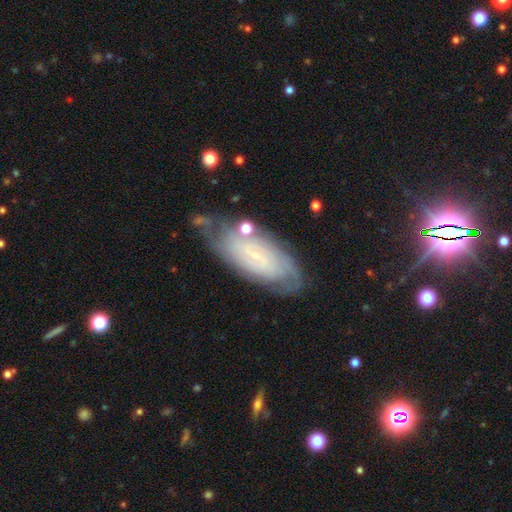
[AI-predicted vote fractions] smooth_or_featured: featured or disk (p=0.66) [alt: smooth p=0.25]
disk_edge_on: no (p=0.90) [alt: yes p=0.10]
bar: no (p=0.71) [alt: weak p=0.23]
has_spiral_arms: yes (p=0.85) [alt: no p=0.15]
spiral_winding: tight (p=0.71) [alt: medium p=0.22]
spiral_arm_count: can't tell (p=0.59) [alt: 2 p=0.19]
bulge_size: small (p=0.85) [alt: moderate p=0.08]
merging: none (p=0.66) [alt: minor disturbance p=0.22]